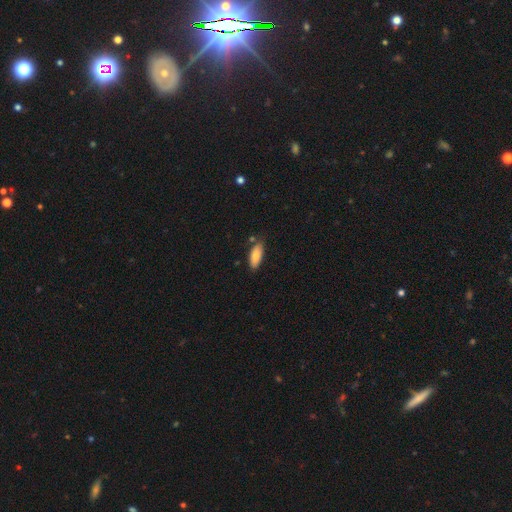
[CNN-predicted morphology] Q: Smooth or featured?
A: smooth (85%); runner-up: featured or disk (9%)
Q: How rounded?
A: in between (78%); runner-up: cigar-shaped (20%)
Q: Merging?
A: none (77%); runner-up: minor disturbance (16%)